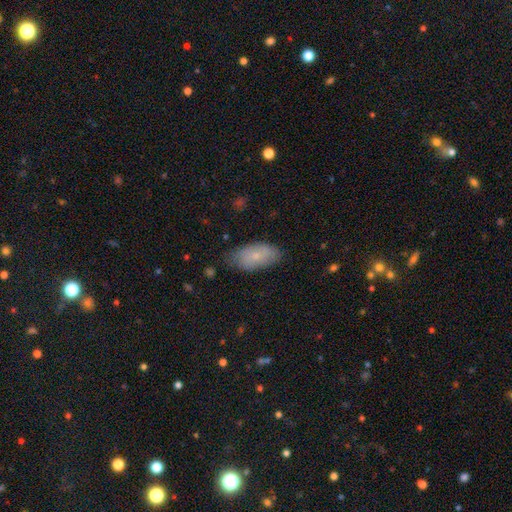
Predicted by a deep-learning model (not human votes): A smooth galaxy with no disk features (70%) that is in between round and cigar-shaped (92%). Merging: none (72%).